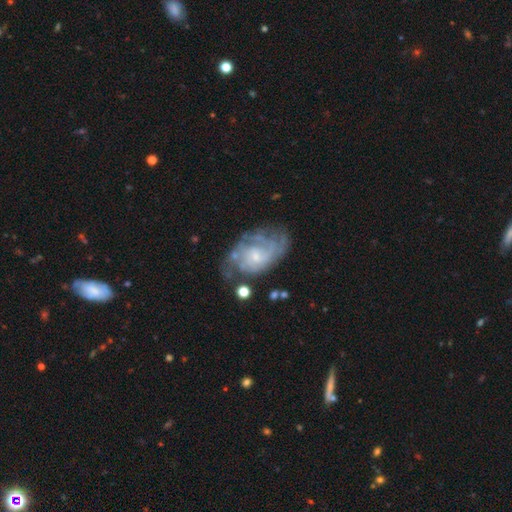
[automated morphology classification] The model was most divided on "spiral winding": tight: 52%, medium: 36%, loose: 12%. Remaining: edge-on disk — no (97%); spiral arms — yes (88%); smooth or featured — featured or disk (79%); bar — no (67%); bulge size — small (65%); merging — none (58%); spiral arm count — can't tell (45%).